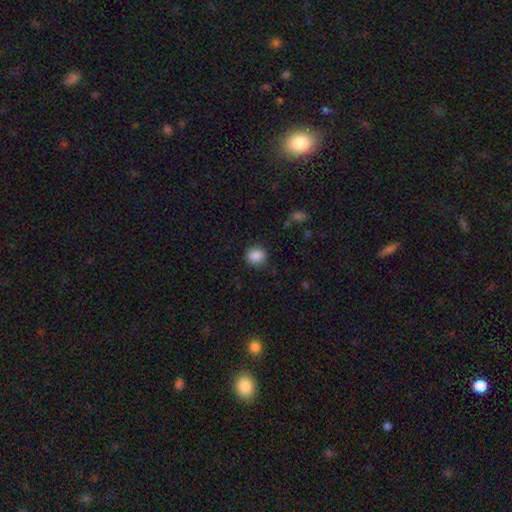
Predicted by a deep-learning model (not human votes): A smooth galaxy with no disk features (88%) that is round (76%). Merging: none (85%).